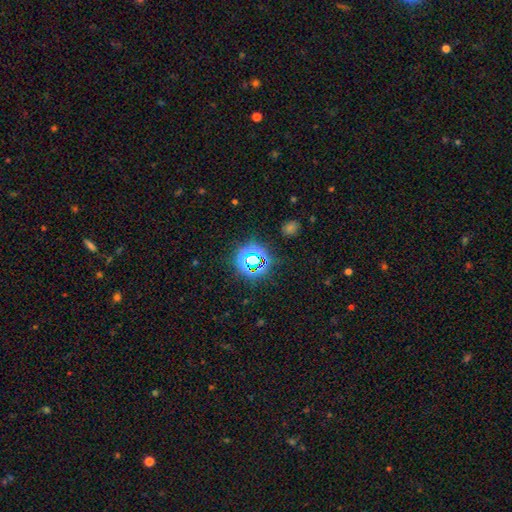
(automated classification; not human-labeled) Smooth or featured: star or artifact — 70% (smooth — 20%)